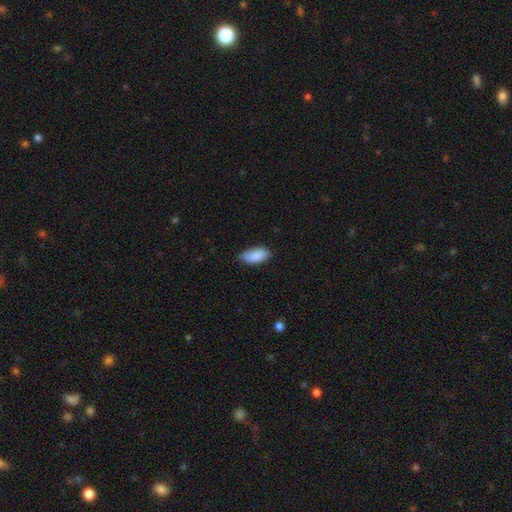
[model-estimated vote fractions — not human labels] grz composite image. It shows a smooth galaxy with no disk features (88%) that is in between round and cigar-shaped (91%). Merging: none (78%).